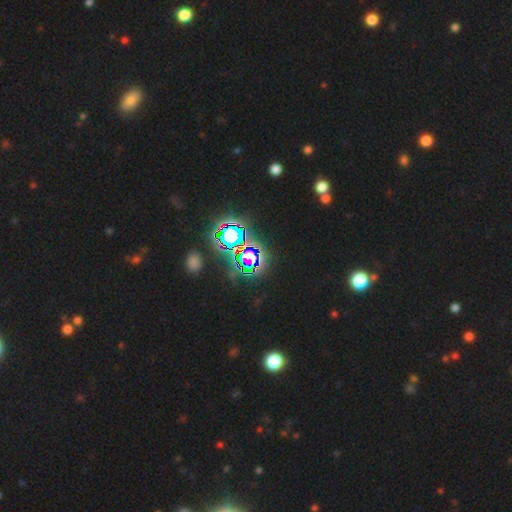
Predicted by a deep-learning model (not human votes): Overall: star or artifact (77%).